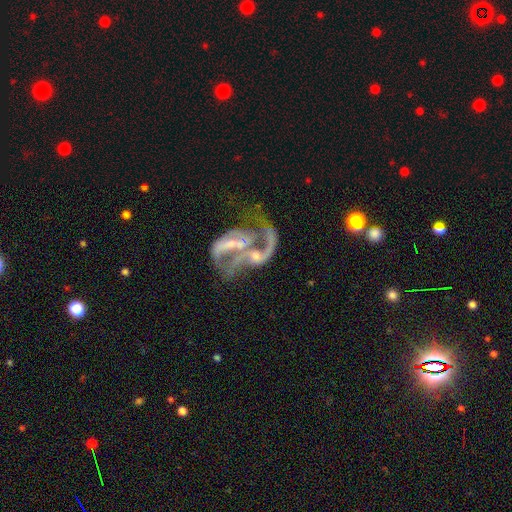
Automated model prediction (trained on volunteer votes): Smooth or featured: featured or disk — 83% (smooth — 9%)
Edge-on disk: no — 97% (yes — 3%)
Bar: no — 40% (weak — 36%)
Spiral arms: yes — 78% (no — 22%)
Spiral winding: loose — 58% (medium — 31%)
Spiral arm count: 2 — 58% (1 — 19%)
Bulge size: small — 48% (none — 25%)
Merging: merger — 51% (major disturbance — 27%)